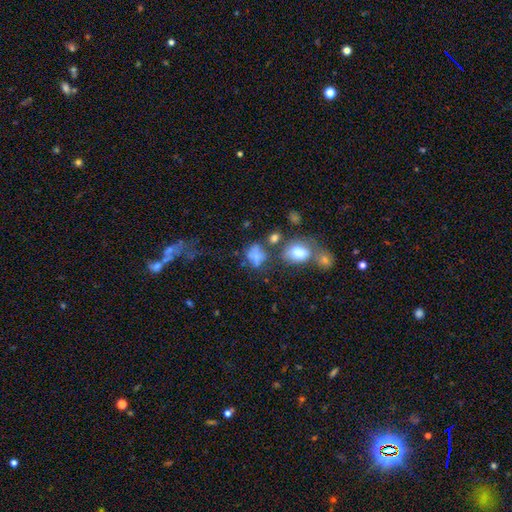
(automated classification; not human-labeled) Morphology: type=smooth (66%); roundness=in between (56%); merging=none (38%).